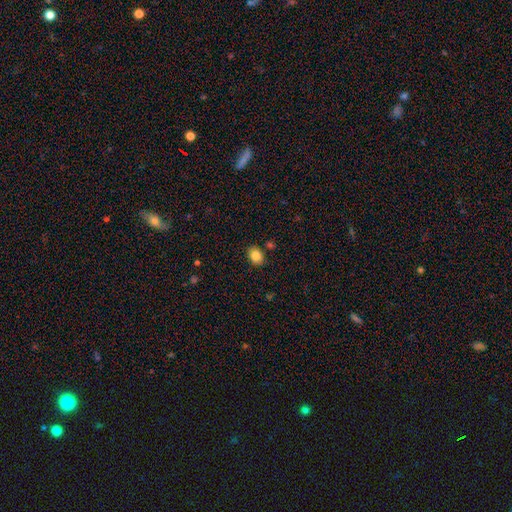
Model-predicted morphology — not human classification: Smooth or featured? smooth (85%)
How rounded? in between (63%)
Merging? none (85%)